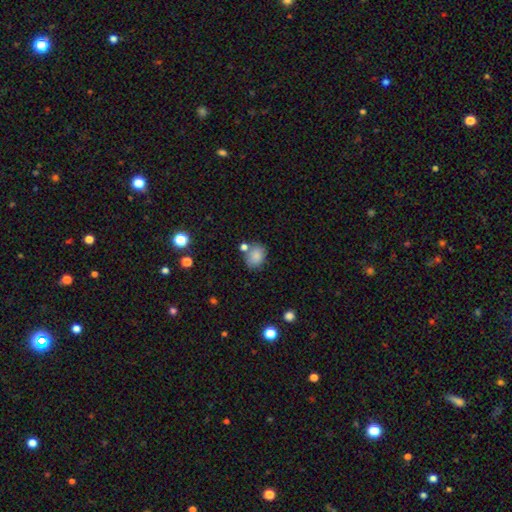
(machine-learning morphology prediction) Smooth or featured?
  - smooth: 84% *
  - star or artifact: 9%
  - featured or disk: 7%
How rounded?
  - in between: 52% *
  - round: 47%
  - cigar-shaped: 1%
Merging?
  - none: 64% *
  - minor disturbance: 17%
  - merger: 15%
  - major disturbance: 5%